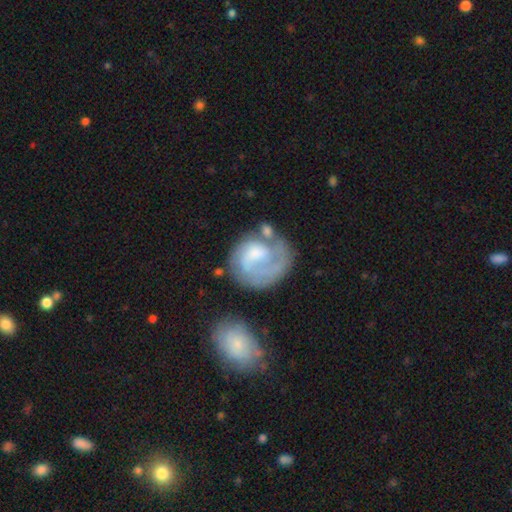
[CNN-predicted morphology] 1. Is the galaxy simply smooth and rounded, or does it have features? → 62% featured or disk, 31% smooth, 7% star or artifact.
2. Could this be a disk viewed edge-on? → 98% no, 2% yes.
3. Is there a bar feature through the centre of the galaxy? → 57% no, 34% weak, 9% strong.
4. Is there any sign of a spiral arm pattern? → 78% yes, 22% no.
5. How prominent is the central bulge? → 30% moderate, 29% none, 25% small, 12% large, 3% dominant.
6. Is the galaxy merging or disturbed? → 45% none, 23% major disturbance, 19% minor disturbance, 13% merger.